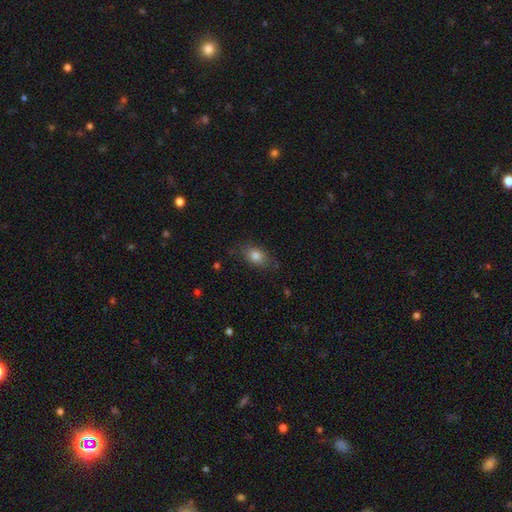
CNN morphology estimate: This appears to be a smooth galaxy with no disk features (81%) that is in between round and cigar-shaped (77%). Merging: none (76%).